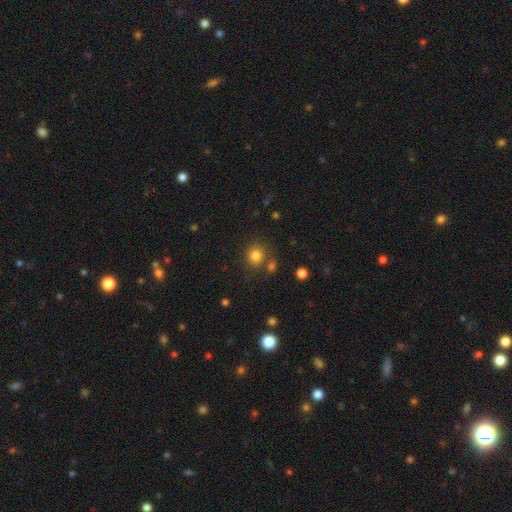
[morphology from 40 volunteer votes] A smooth galaxy with no disk features (85%) that is round (74%).

Vote fractions:
- Smooth or featured? smooth: 85% / featured or disk: 10% / star or artifact: 5%
- How rounded? round: 74% / in between: 26% / cigar-shaped: 0%
- Merging? none: 74% / merger: 13% / minor disturbance: 11% / major disturbance: 3%